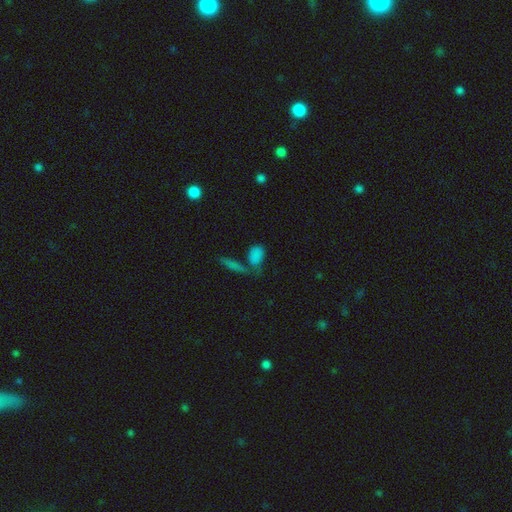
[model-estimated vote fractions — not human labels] Smooth or featured?
  - smooth: 78% *
  - star or artifact: 13%
  - featured or disk: 9%
How rounded?
  - in between: 73% *
  - round: 15%
  - cigar-shaped: 12%
Merging?
  - none: 47% *
  - merger: 28%
  - minor disturbance: 15%
  - major disturbance: 9%